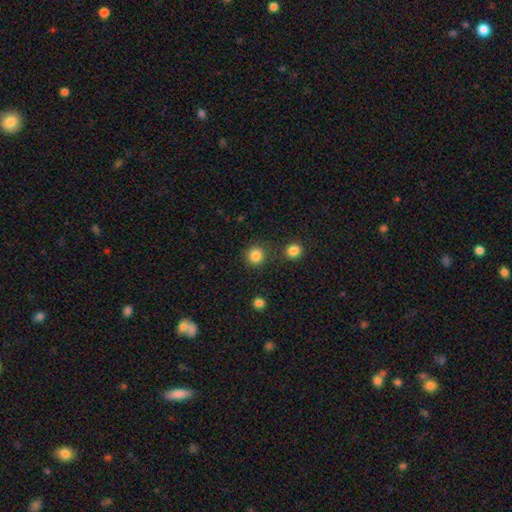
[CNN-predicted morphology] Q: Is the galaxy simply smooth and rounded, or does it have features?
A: smooth — 86%.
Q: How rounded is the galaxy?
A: round — 92%.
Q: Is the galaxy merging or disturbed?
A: none — 85%.